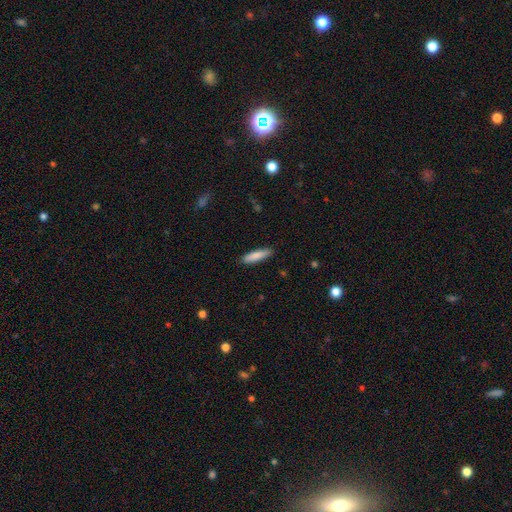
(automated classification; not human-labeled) This is clearly a smooth galaxy (85%). How rounded: likely cigar-shaped (76%). Merging: clearly none (89%).